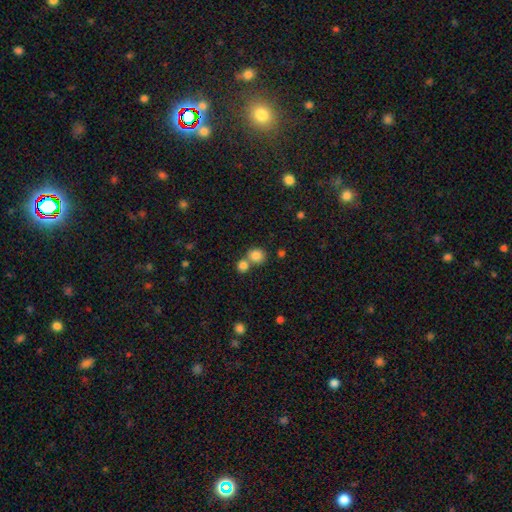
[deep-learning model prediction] Smooth or featured: smooth — 83% (star or artifact — 11%)
How rounded: round — 83% (in between — 16%)
Merging: none — 54% (merger — 36%)